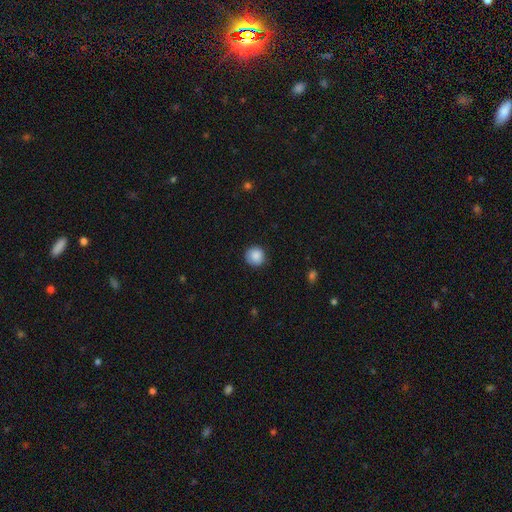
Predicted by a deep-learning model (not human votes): A smooth galaxy with no disk features (88%) that is round (94%).

Vote fractions:
- Smooth or featured? smooth: 88% / star or artifact: 9% / featured or disk: 4%
- How rounded? round: 94% / in between: 6% / cigar-shaped: 1%
- Merging? none: 88% / minor disturbance: 9% / major disturbance: 2% / merger: 1%